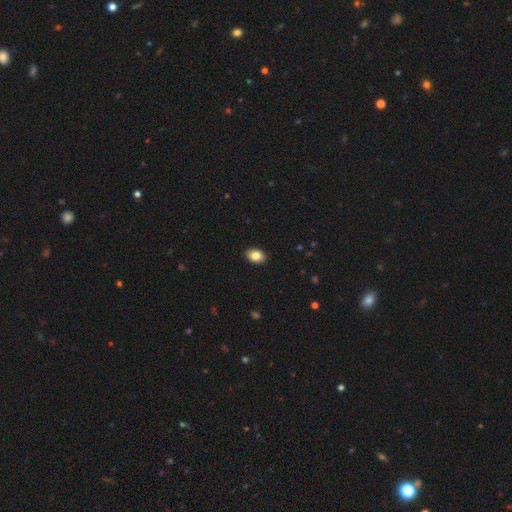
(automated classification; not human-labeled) smooth-or-featured: smooth: 85% | star or artifact: 8% | featured or disk: 7%
  how-rounded: in between: 75% | round: 24% | cigar-shaped: 1%
  merging: none: 90% | minor disturbance: 7% | major disturbance: 2% | merger: 1%